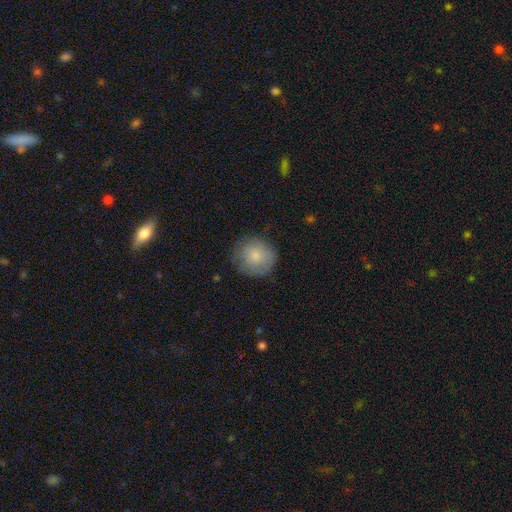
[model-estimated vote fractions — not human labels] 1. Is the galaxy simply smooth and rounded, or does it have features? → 76% smooth, 18% featured or disk, 7% star or artifact.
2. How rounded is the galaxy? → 89% round, 10% in between, 1% cigar-shaped.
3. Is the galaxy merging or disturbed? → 73% none, 20% minor disturbance, 6% major disturbance, 1% merger.